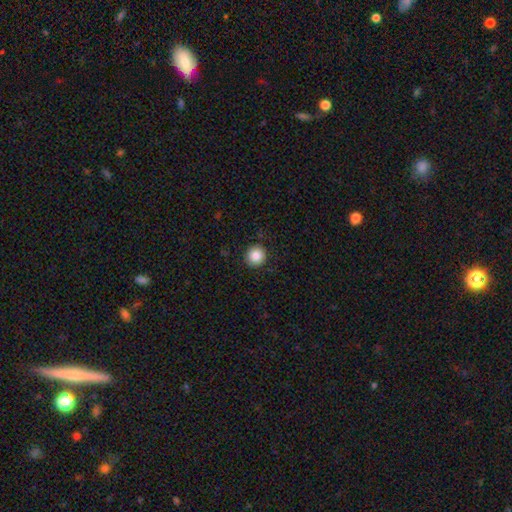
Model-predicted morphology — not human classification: Smooth or featured? Predicted: smooth (p=0.86). How rounded? Predicted: round (p=0.93). Merging? Predicted: none (p=0.90).